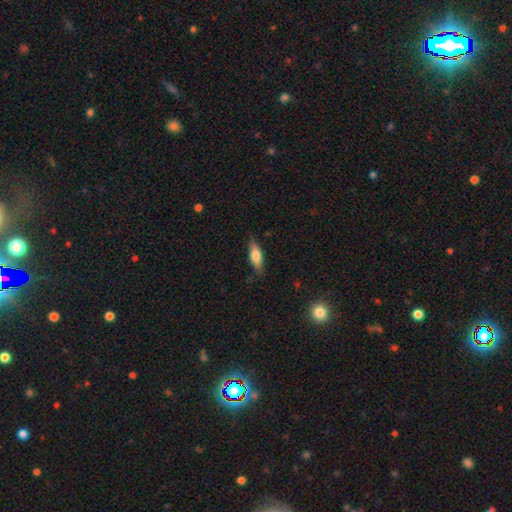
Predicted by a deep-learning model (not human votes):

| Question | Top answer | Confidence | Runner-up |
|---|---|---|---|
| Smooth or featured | smooth | 61% | featured or disk (32%) |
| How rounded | in between | 55% | cigar-shaped (42%) |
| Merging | none | 82% | minor disturbance (14%) |